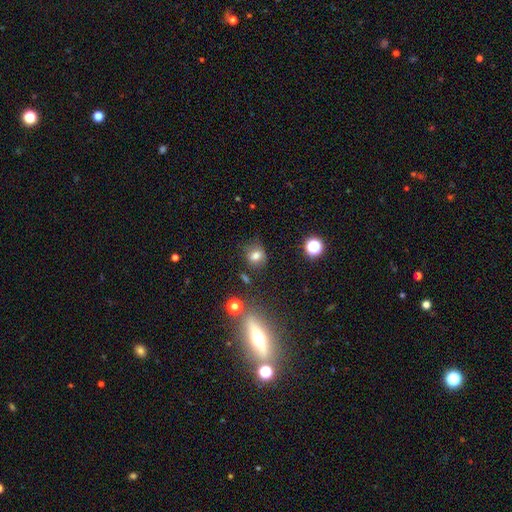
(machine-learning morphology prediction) A smooth galaxy with no disk features (74%) that is round (62%). Merging: none (71%).